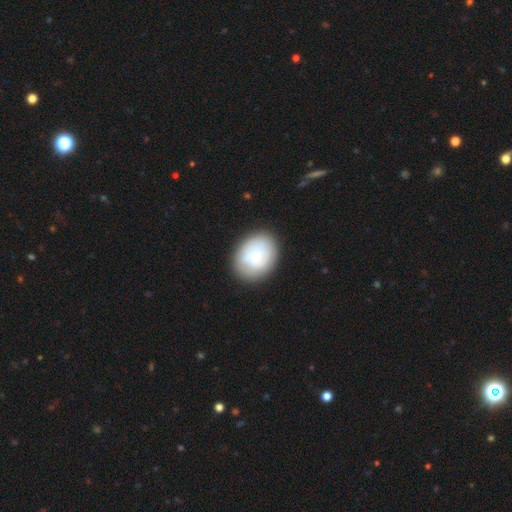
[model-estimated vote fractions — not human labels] A smooth galaxy with no disk features (61%) that is in between round and cigar-shaped (54%).

Vote fractions:
- Smooth or featured? smooth: 61% / featured or disk: 32% / star or artifact: 7%
- How rounded? in between: 54% / round: 45% / cigar-shaped: 1%
- Merging? none: 76% / minor disturbance: 16% / major disturbance: 5% / merger: 3%